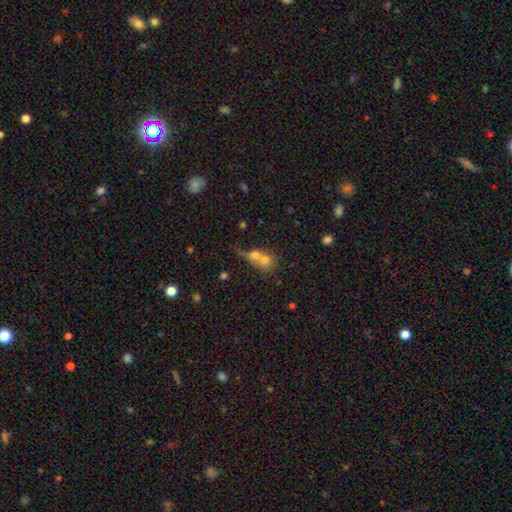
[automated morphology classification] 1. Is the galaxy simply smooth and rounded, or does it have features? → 64% smooth, 24% featured or disk, 13% star or artifact.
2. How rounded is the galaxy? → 69% round, 28% in between, 3% cigar-shaped.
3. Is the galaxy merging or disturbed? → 69% merger, 19% none, 7% major disturbance, 6% minor disturbance.